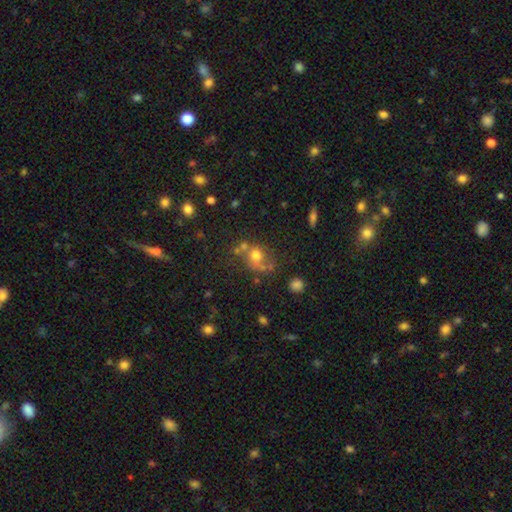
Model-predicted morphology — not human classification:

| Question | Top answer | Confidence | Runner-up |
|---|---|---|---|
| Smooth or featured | smooth | 40% | star or artifact (32%) |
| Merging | none | 53% | merger (21%) |